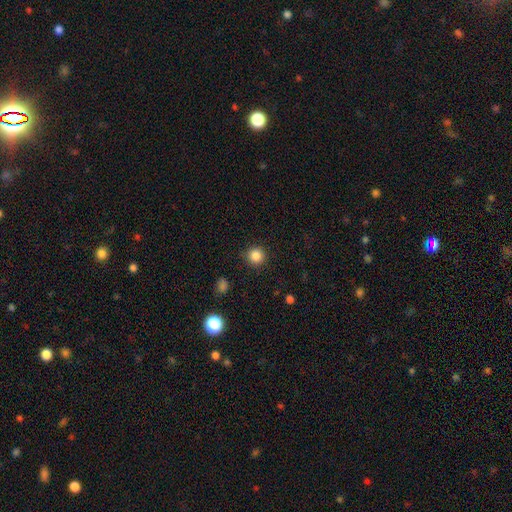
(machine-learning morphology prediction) Q: Smooth or featured?
A: smooth (86%); runner-up: star or artifact (11%)
Q: How rounded?
A: round (94%); runner-up: in between (5%)
Q: Merging?
A: none (90%); runner-up: minor disturbance (7%)